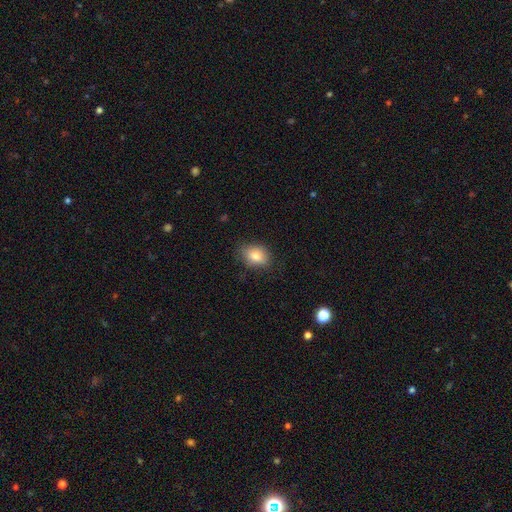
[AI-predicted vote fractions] Smooth or featured? Predicted: smooth (p=0.81). How rounded? Predicted: in between (p=0.69). Merging? Predicted: none (p=0.77).